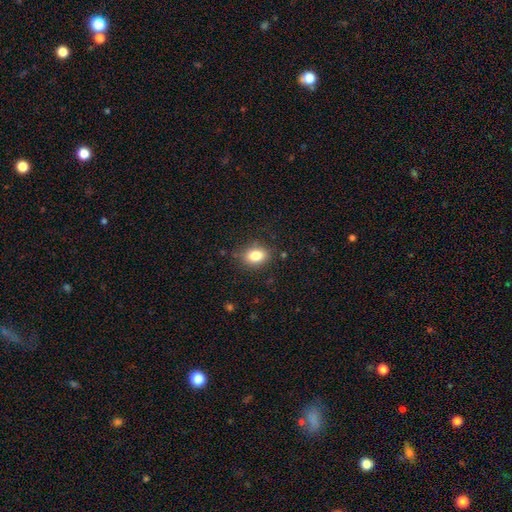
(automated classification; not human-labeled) Smooth or featured? Predicted: smooth (p=0.83). How rounded? Predicted: in between (p=0.69). Merging? Predicted: none (p=0.82).